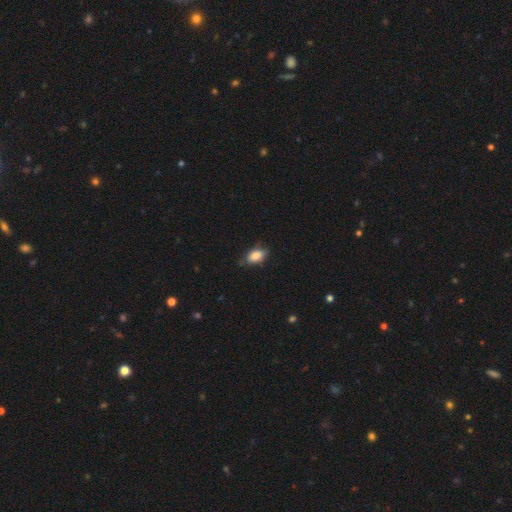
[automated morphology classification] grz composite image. It shows a smooth galaxy with no disk features (82%) that is in between round and cigar-shaped (89%). Merging: none (70%).